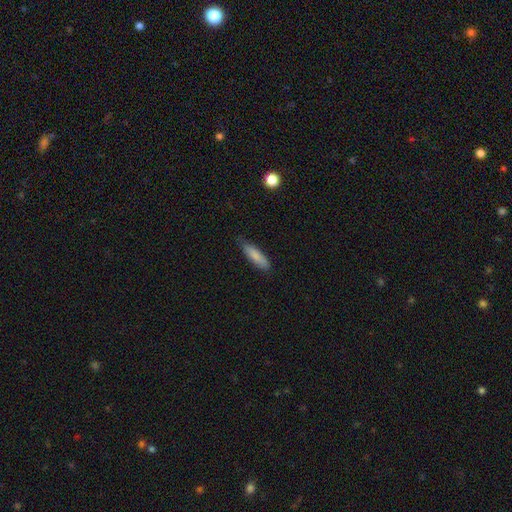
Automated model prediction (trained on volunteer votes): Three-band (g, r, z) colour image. It shows a smooth galaxy with no disk features (84%) that is cigar-shaped (56%). Merging: none (76%).